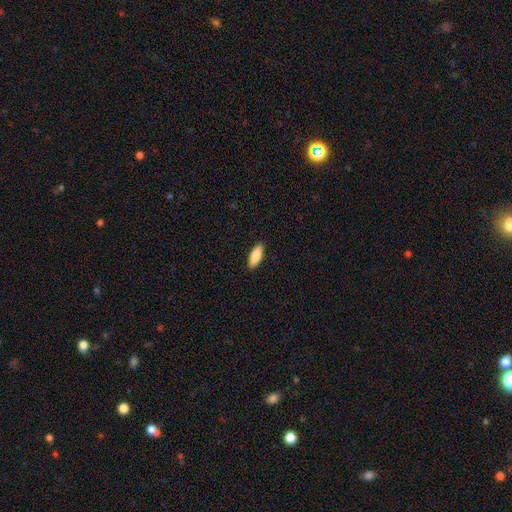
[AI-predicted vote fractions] Smooth or featured? smooth (82%)
How rounded? in between (65%)
Merging? none (90%)